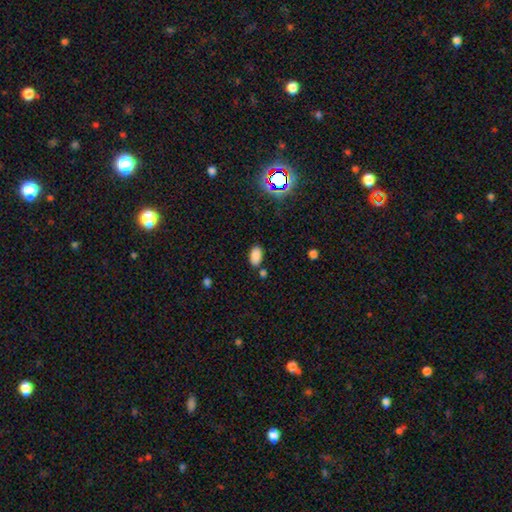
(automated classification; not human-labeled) smooth_or_featured: smooth (p=0.84) [alt: star or artifact p=0.11]
how_rounded: in between (p=0.93) [alt: round p=0.05]
merging: none (p=0.77) [alt: minor disturbance p=0.12]